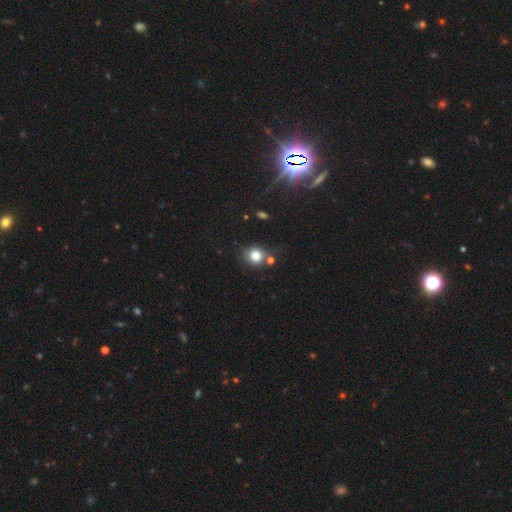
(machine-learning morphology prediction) smooth-or-featured: smooth: 80% | star or artifact: 12% | featured or disk: 8%
  how-rounded: round: 82% | in between: 17% | cigar-shaped: 1%
  merging: none: 66% | minor disturbance: 15% | merger: 14% | major disturbance: 5%